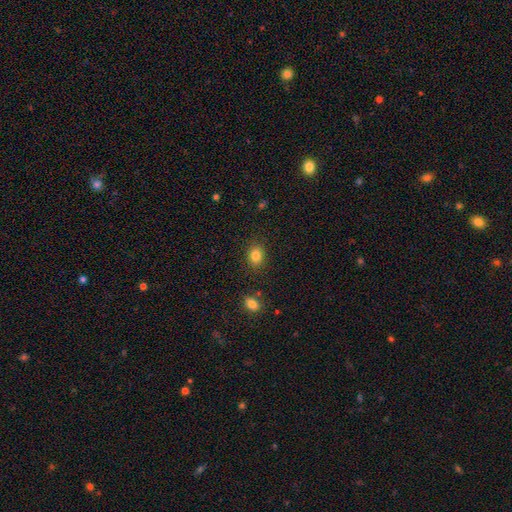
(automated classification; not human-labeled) smooth 84%, star or artifact 11%, featured or disk 6%. Down the decision tree: how rounded — in between (56%); merging — none (85%).